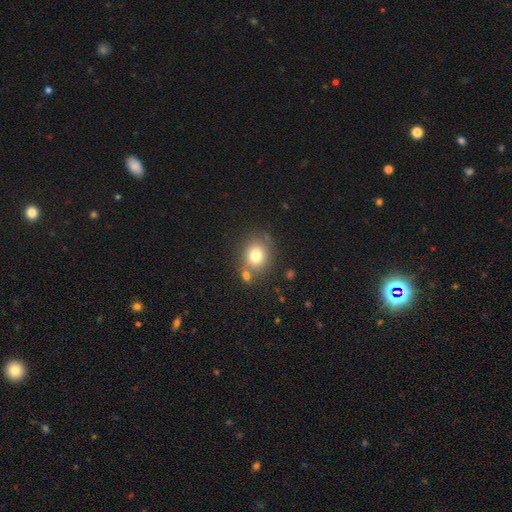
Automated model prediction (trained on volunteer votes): A smooth galaxy with no disk features (76%) that is round (70%).

Vote fractions:
- Smooth or featured? smooth: 76% / featured or disk: 12% / star or artifact: 12%
- How rounded? round: 70% / in between: 29% / cigar-shaped: 1%
- Merging? none: 66% / merger: 17% / minor disturbance: 13% / major disturbance: 4%